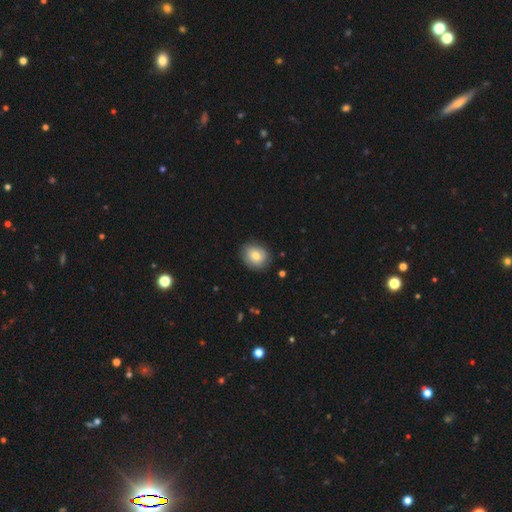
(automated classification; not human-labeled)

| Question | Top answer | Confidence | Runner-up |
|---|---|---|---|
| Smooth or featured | smooth | 70% | featured or disk (22%) |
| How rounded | round | 68% | in between (31%) |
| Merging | none | 83% | minor disturbance (13%) |